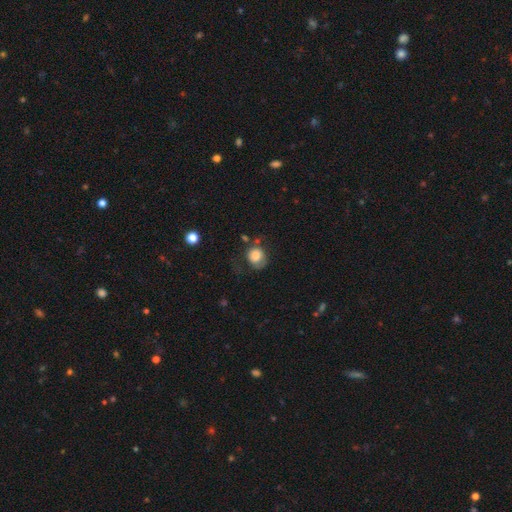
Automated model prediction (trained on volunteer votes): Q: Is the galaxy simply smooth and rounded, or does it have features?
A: smooth — 78%.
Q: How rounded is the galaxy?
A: round — 73%.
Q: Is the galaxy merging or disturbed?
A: none — 45%.